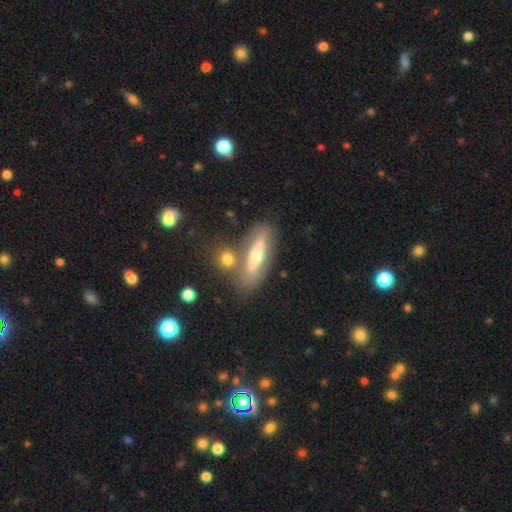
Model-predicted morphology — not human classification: Smooth or featured: featured or disk — 53% (smooth — 40%)
Edge-on disk: yes — 53% (no — 47%)
Merging: none — 61% (merger — 21%)